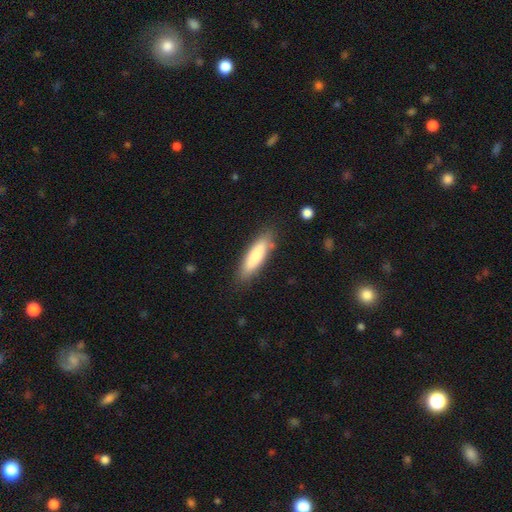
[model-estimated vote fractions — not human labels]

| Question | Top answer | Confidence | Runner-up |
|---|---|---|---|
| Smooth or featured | smooth | 76% | featured or disk (18%) |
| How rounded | cigar-shaped | 67% | in between (32%) |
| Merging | none | 82% | minor disturbance (13%) |